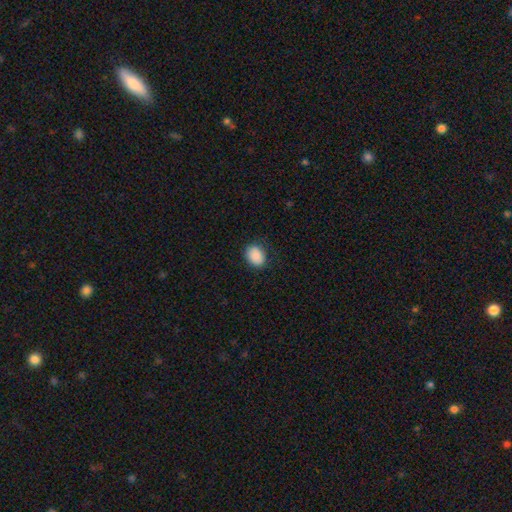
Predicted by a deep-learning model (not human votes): Q: Smooth or featured?
A: smooth (89%); runner-up: star or artifact (7%)
Q: How rounded?
A: in between (64%); runner-up: round (35%)
Q: Merging?
A: none (83%); runner-up: minor disturbance (13%)